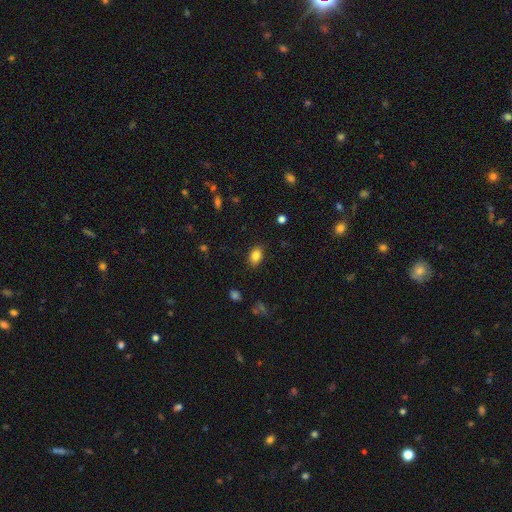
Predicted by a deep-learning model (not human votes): Q: Smooth or featured?
A: smooth (84%); runner-up: star or artifact (10%)
Q: How rounded?
A: in between (83%); runner-up: round (16%)
Q: Merging?
A: none (86%); runner-up: minor disturbance (10%)